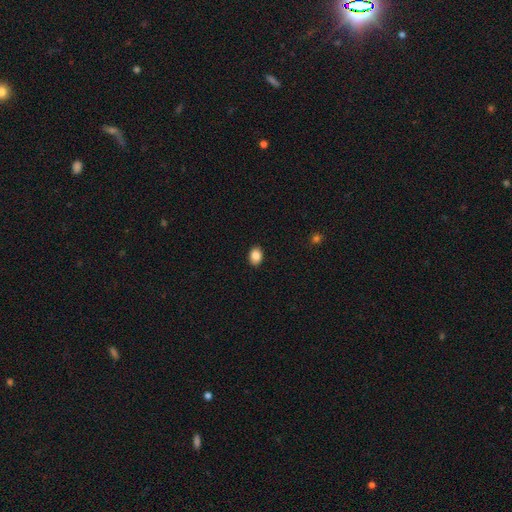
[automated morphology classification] Smooth or featured: smooth — 88% (star or artifact — 8%)
How rounded: in between — 73% (round — 26%)
Merging: none — 90% (minor disturbance — 7%)